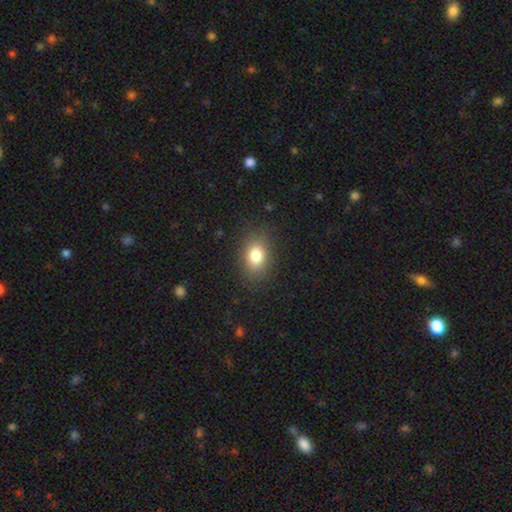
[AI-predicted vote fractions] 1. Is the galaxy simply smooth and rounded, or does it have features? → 81% smooth, 10% star or artifact, 9% featured or disk.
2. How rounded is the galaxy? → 74% in between, 24% round, 2% cigar-shaped.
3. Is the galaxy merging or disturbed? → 84% none, 11% minor disturbance, 4% major disturbance, 1% merger.